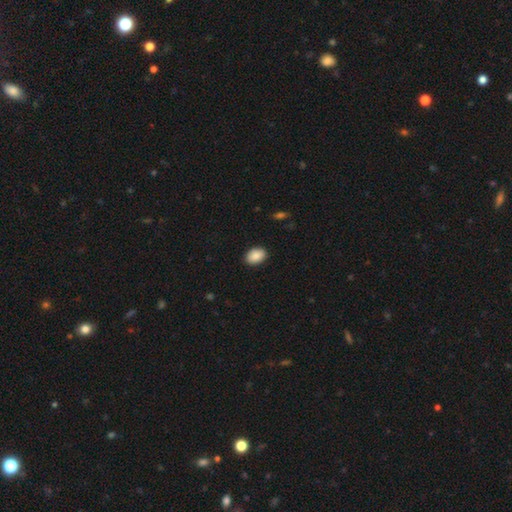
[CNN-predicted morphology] A smooth galaxy with no disk features (88%) that is in between round and cigar-shaped (82%).

Vote fractions:
- Smooth or featured? smooth: 88% / star or artifact: 7% / featured or disk: 5%
- How rounded? in between: 82% / round: 17% / cigar-shaped: 1%
- Merging? none: 89% / minor disturbance: 8% / major disturbance: 2% / merger: 1%